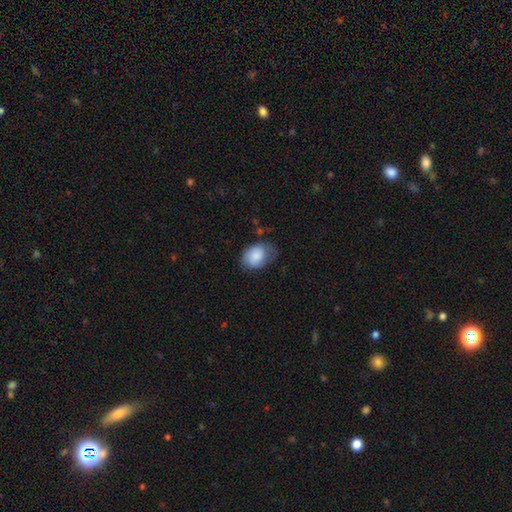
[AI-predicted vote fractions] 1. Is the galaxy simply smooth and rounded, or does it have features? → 78% smooth, 15% featured or disk, 7% star or artifact.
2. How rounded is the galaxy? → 68% in between, 31% round, 1% cigar-shaped.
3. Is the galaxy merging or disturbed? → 50% none, 35% minor disturbance, 14% major disturbance, 2% merger.